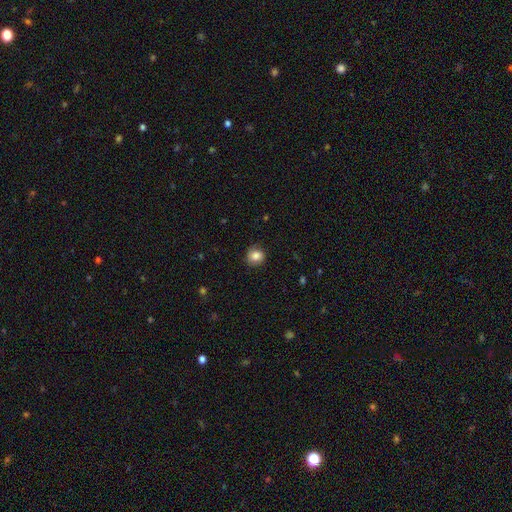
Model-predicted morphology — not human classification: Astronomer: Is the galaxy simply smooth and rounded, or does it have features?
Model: smooth — 82%.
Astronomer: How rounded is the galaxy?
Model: round — 81%.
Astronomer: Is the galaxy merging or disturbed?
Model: none — 82%.